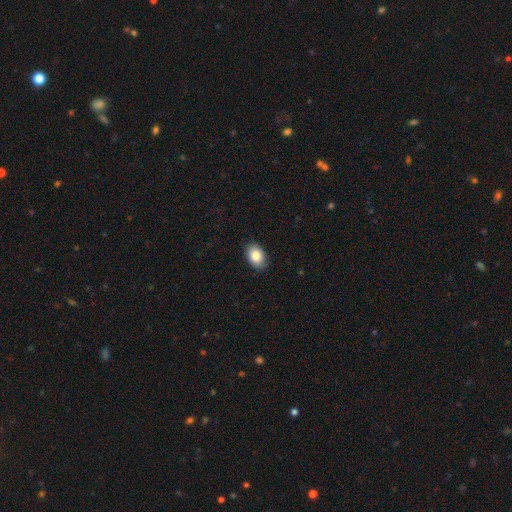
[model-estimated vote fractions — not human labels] Morphology: type=smooth (86%); roundness=in between (82%); merging=none (86%).